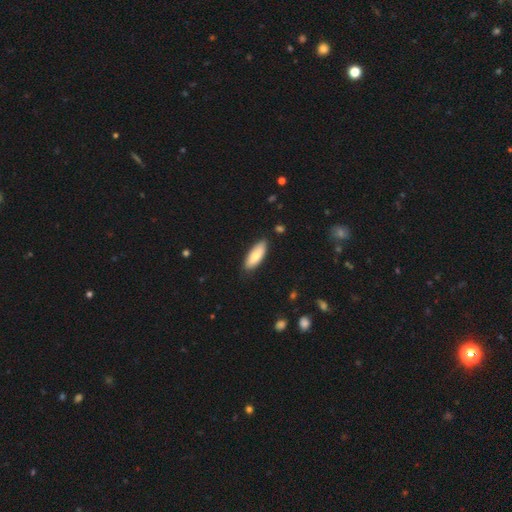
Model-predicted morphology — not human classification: This is likely a smooth galaxy (78%). How rounded: likely in between (71%). Merging: clearly none (85%).